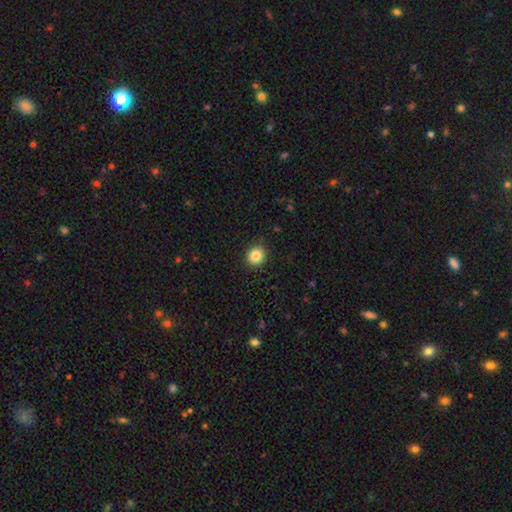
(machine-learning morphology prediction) This is clearly a smooth galaxy (86%). How rounded: clearly round (82%). Merging: clearly none (90%).